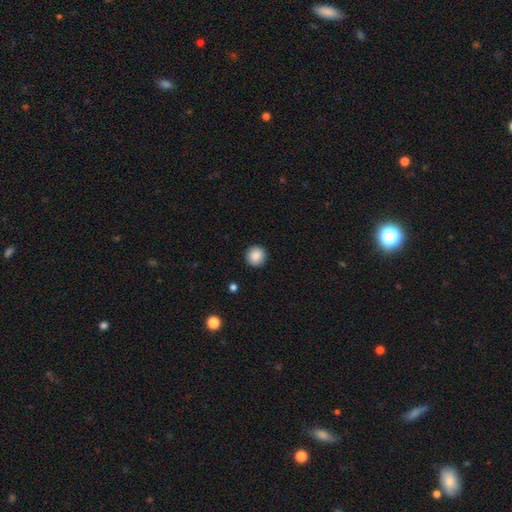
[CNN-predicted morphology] Smooth or featured? smooth (88%)
How rounded? round (95%)
Merging? none (92%)